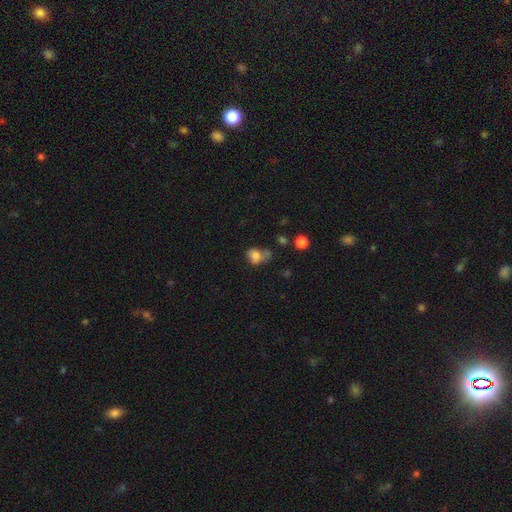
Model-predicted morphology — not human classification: Overall: smooth (75%). How rounded: in between (52%; round 47%). Merging: none (33%; minor disturbance 27%).